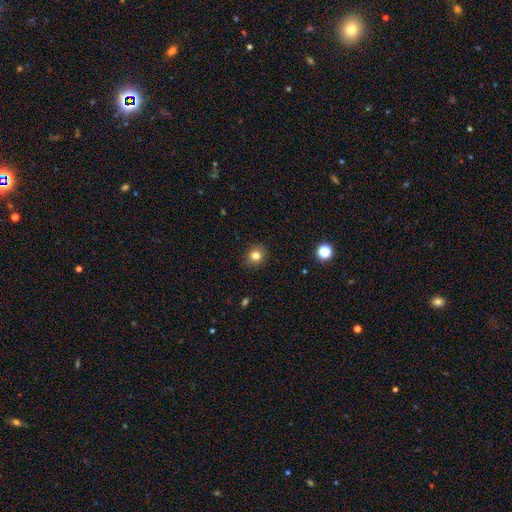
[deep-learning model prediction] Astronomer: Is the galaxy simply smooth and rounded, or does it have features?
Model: smooth — 80%.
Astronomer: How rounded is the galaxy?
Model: round — 77%.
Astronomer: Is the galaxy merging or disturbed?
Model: none — 90%.